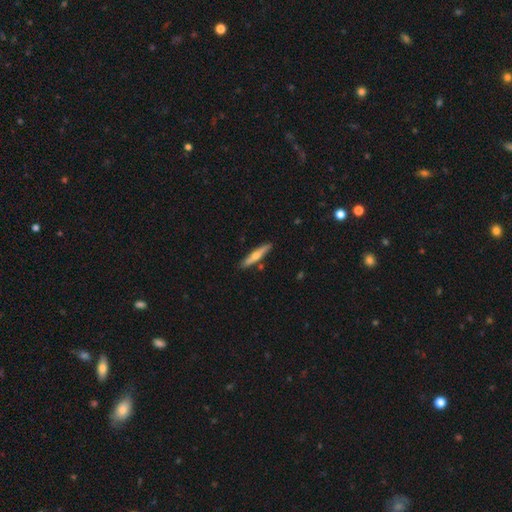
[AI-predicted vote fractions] This is possibly a featured or disk galaxy (50%). It is clearly viewed edge-on (94%). Merging: clearly none (85%).